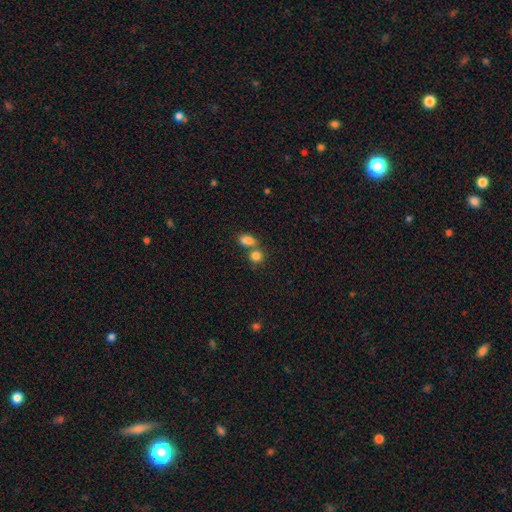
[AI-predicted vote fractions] smooth-or-featured: smooth: 83% | star or artifact: 10% | featured or disk: 7%
  how-rounded: round: 68% | in between: 31% | cigar-shaped: 1%
  merging: none: 46% | merger: 42% | minor disturbance: 8% | major disturbance: 4%